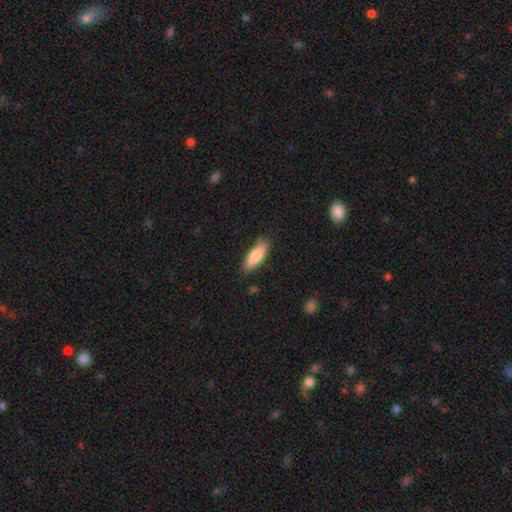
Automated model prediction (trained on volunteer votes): smooth-or-featured: smooth: 77% | featured or disk: 17% | star or artifact: 6%
  how-rounded: in between: 52% | cigar-shaped: 46% | round: 2%
  merging: none: 79% | minor disturbance: 16% | major disturbance: 3% | merger: 2%